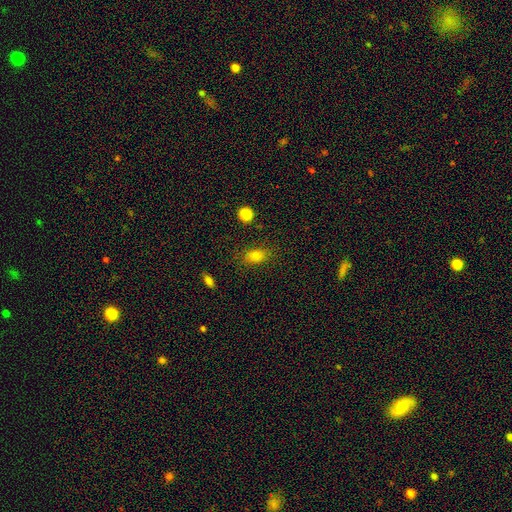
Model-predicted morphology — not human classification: A smooth galaxy with no disk features (81%) that is in between round and cigar-shaped (77%). Merging: none (80%).